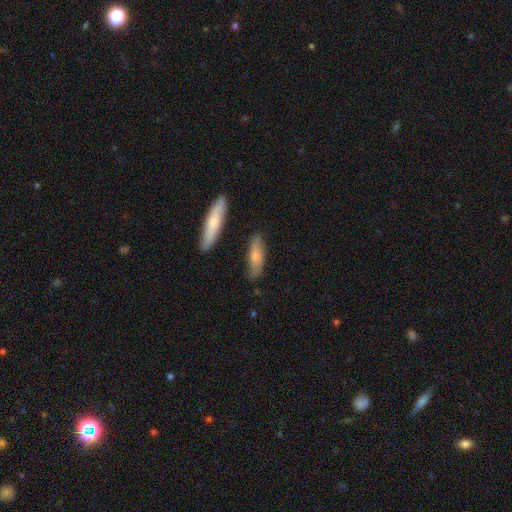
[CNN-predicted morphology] A smooth galaxy with no disk features (70%) that is cigar-shaped (52%).

Vote fractions:
- Smooth or featured? smooth: 70% / featured or disk: 24% / star or artifact: 6%
- How rounded? cigar-shaped: 52% / in between: 45% / round: 2%
- Merging? none: 79% / minor disturbance: 14% / merger: 4% / major disturbance: 3%